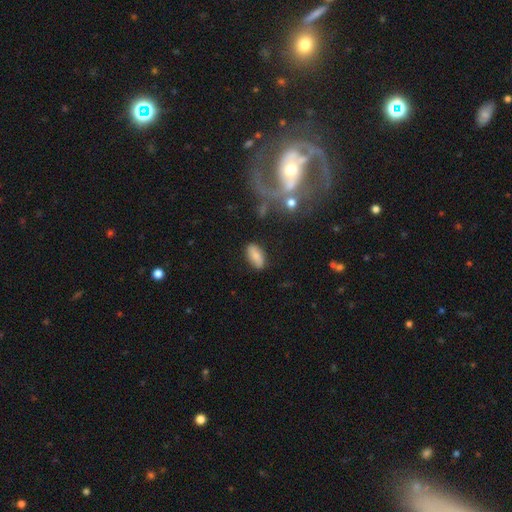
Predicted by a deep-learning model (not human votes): Smooth or featured: smooth — 75% (featured or disk — 17%)
How rounded: in between — 88% (cigar-shaped — 8%)
Merging: none — 83% (minor disturbance — 12%)